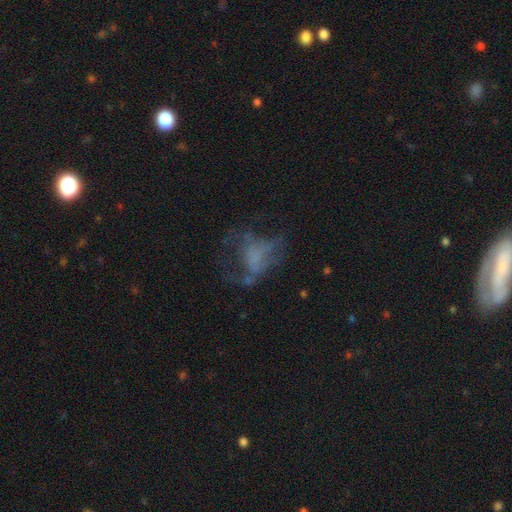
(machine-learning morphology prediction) Q: Smooth or featured?
A: featured or disk (46%); runner-up: smooth (34%)
Q: Merging?
A: major disturbance (45%); runner-up: none (33%)